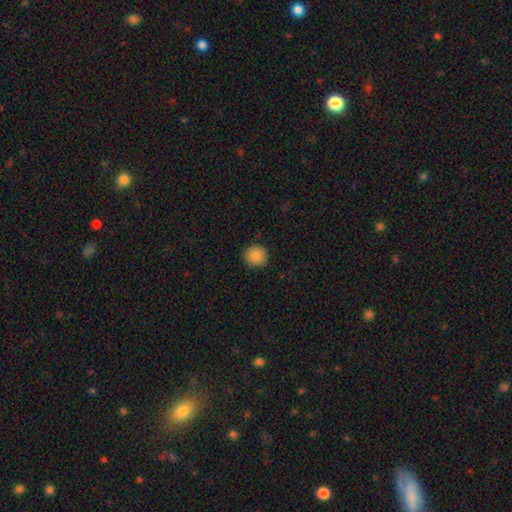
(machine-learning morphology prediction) smooth-or-featured: smooth: 86% | star or artifact: 9% | featured or disk: 5%
  how-rounded: round: 93% | in between: 6% | cigar-shaped: 1%
  merging: none: 91% | minor disturbance: 6% | major disturbance: 2% | merger: 1%